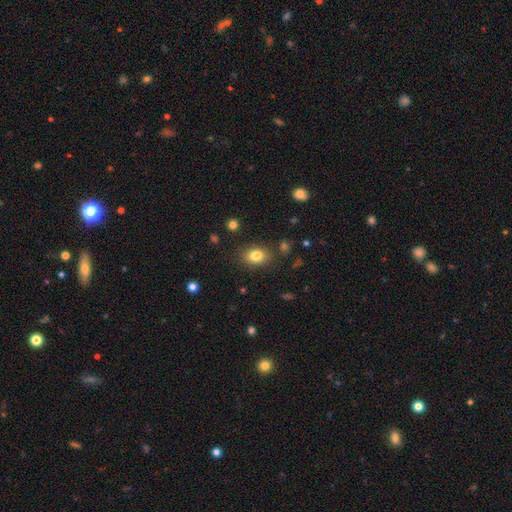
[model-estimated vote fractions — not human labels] A smooth galaxy with no disk features (82%) that is in between round and cigar-shaped (72%).

Vote fractions:
- Smooth or featured? smooth: 82% / star or artifact: 10% / featured or disk: 8%
- How rounded? in between: 72% / round: 27% / cigar-shaped: 1%
- Merging? none: 83% / minor disturbance: 11% / major disturbance: 3% / merger: 2%